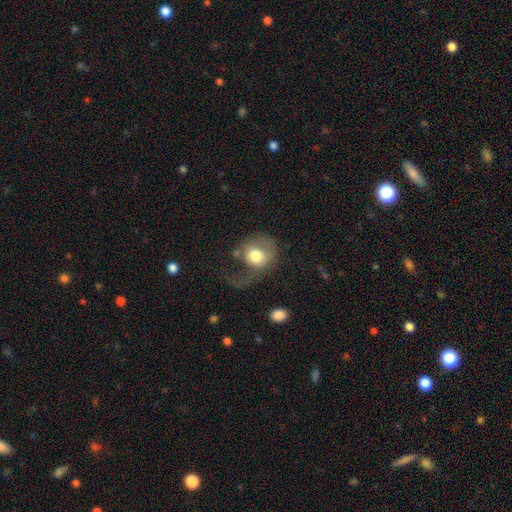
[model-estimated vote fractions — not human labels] Q: Smooth or featured?
A: smooth (65%); runner-up: featured or disk (27%)
Q: How rounded?
A: round (73%); runner-up: in between (26%)
Q: Merging?
A: major disturbance (52%); runner-up: none (25%)